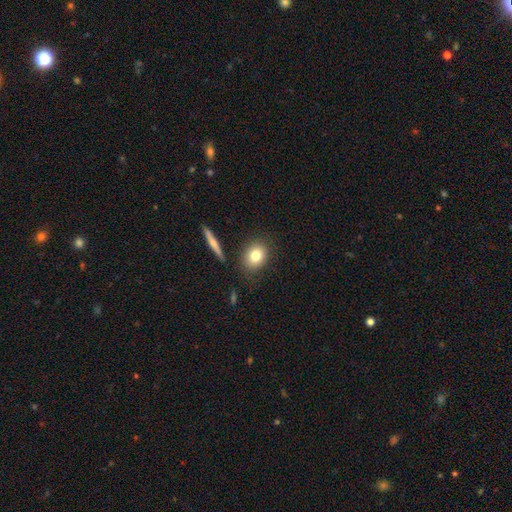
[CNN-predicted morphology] Smooth or featured? smooth (79%)
How rounded? round (53%)
Merging? none (83%)